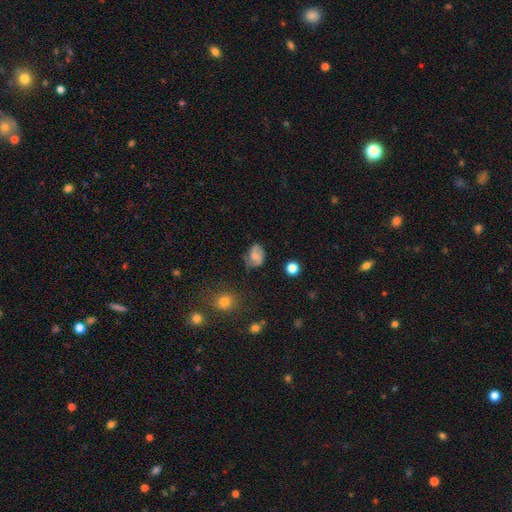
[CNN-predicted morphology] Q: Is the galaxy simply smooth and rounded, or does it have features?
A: smooth — 52%.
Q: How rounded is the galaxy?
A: in between — 65%.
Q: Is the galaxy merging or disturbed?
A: none — 58%.